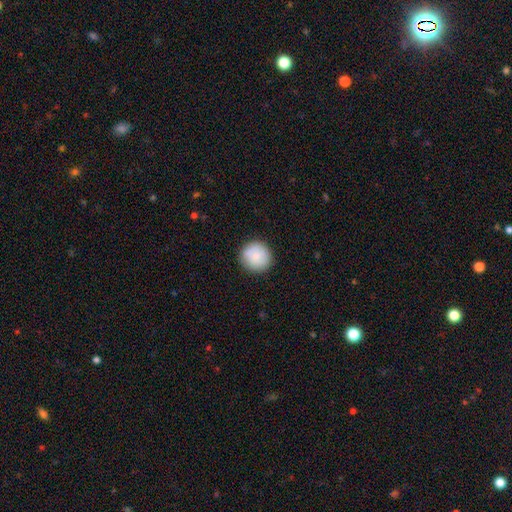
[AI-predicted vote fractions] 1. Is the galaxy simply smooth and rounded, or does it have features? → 84% smooth, 9% featured or disk, 7% star or artifact.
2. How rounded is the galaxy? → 93% round, 6% in between, 1% cigar-shaped.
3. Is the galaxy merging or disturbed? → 87% none, 9% minor disturbance, 2% major disturbance, 2% merger.